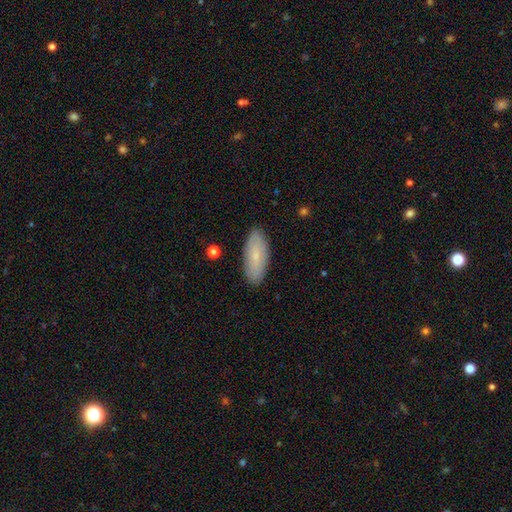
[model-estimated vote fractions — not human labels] smooth_or_featured: smooth (p=0.74) [alt: featured or disk p=0.19]
how_rounded: in between (p=0.79) [alt: cigar-shaped p=0.19]
merging: none (p=0.88) [alt: minor disturbance p=0.09]